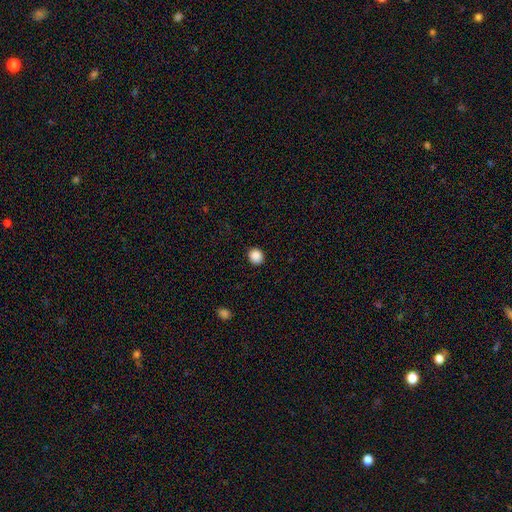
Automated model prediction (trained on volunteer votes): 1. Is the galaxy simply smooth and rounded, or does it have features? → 88% smooth, 9% star or artifact, 3% featured or disk.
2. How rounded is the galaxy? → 79% round, 20% in between, 1% cigar-shaped.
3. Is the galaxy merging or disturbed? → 91% none, 6% minor disturbance, 2% major disturbance, 1% merger.